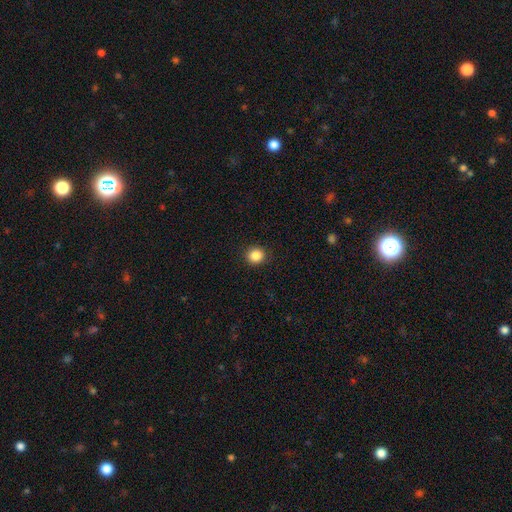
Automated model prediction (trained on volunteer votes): smooth_or_featured: smooth (p=0.87) [alt: star or artifact p=0.10]
how_rounded: round (p=0.89) [alt: in between p=0.10]
merging: none (p=0.91) [alt: minor disturbance p=0.06]